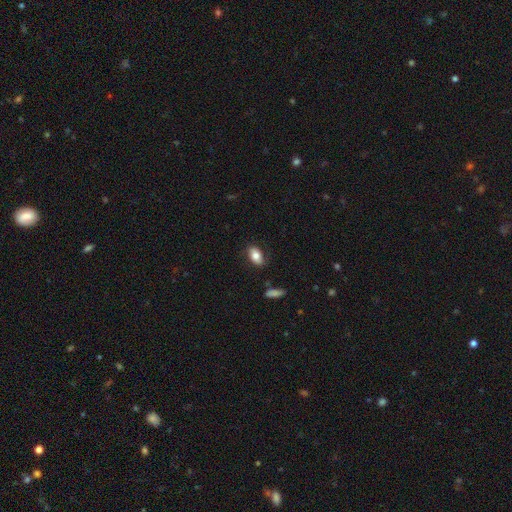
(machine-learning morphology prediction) A smooth galaxy with no disk features (80%) that is in between round and cigar-shaped (91%).

Vote fractions:
- Smooth or featured? smooth: 80% / featured or disk: 13% / star or artifact: 7%
- How rounded? in between: 91% / round: 7% / cigar-shaped: 2%
- Merging? none: 82% / minor disturbance: 13% / major disturbance: 3% / merger: 2%